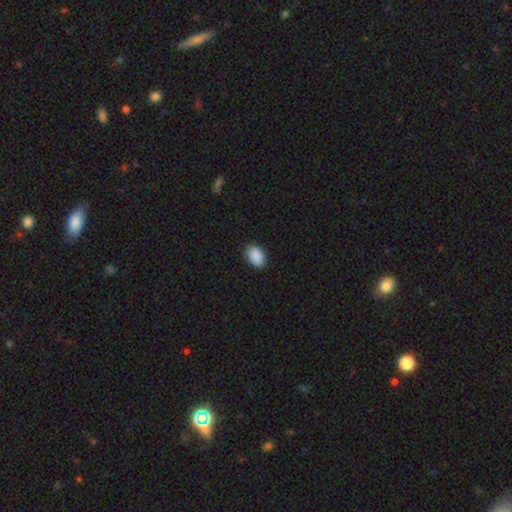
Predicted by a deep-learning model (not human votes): A smooth galaxy with no disk features (90%) that is in between round and cigar-shaped (87%). Merging: none (86%).